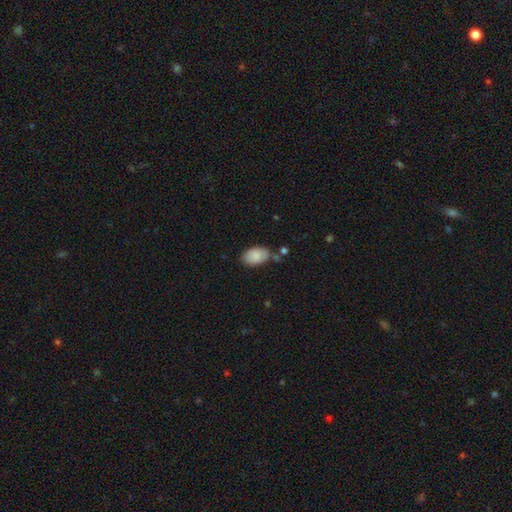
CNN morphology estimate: Smooth or featured? Predicted: smooth (p=0.85). How rounded? Predicted: in between (p=0.92). Merging? Predicted: none (p=0.69).